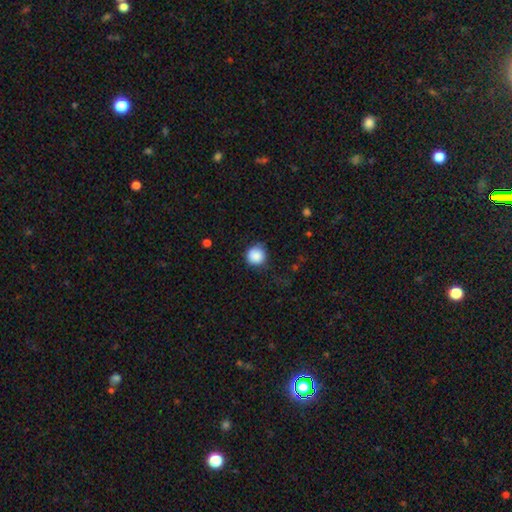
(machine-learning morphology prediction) Smooth or featured? Predicted: smooth (p=0.88). How rounded? Predicted: round (p=0.93). Merging? Predicted: none (p=0.77).